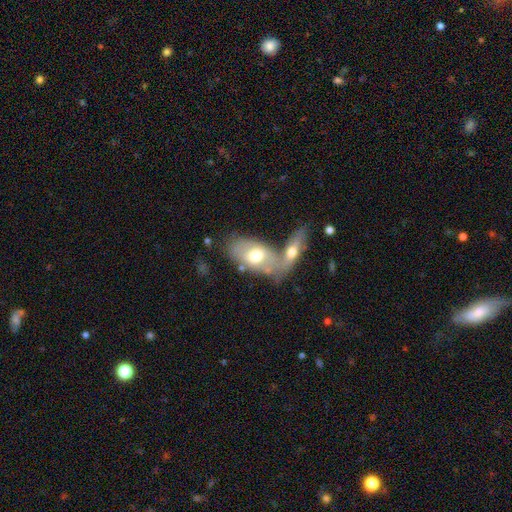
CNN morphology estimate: A smooth galaxy with no disk features (59%) that is in between round and cigar-shaped (91%). Merging: merger (51%).